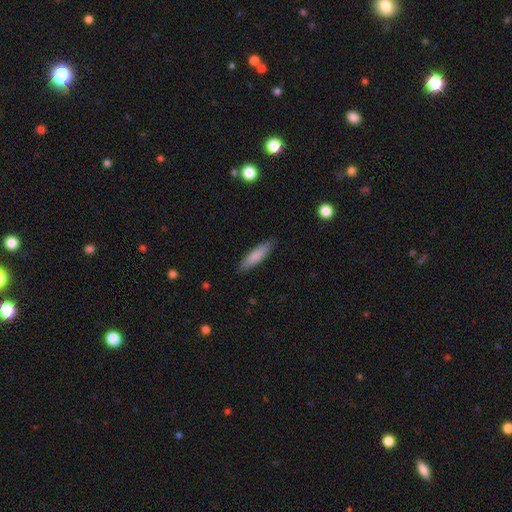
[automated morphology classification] Smooth or featured? smooth (82%)
How rounded? cigar-shaped (74%)
Merging? none (87%)